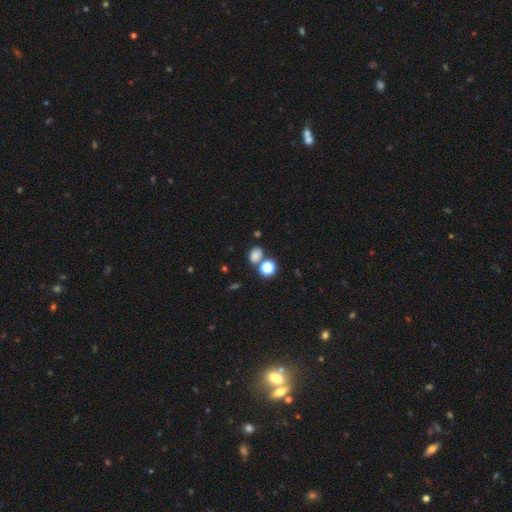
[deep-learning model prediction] smooth_or_featured: smooth (p=0.75) [alt: star or artifact p=0.18]
how_rounded: in between (p=0.60) [alt: round p=0.39]
merging: none (p=0.61) [alt: merger p=0.22]